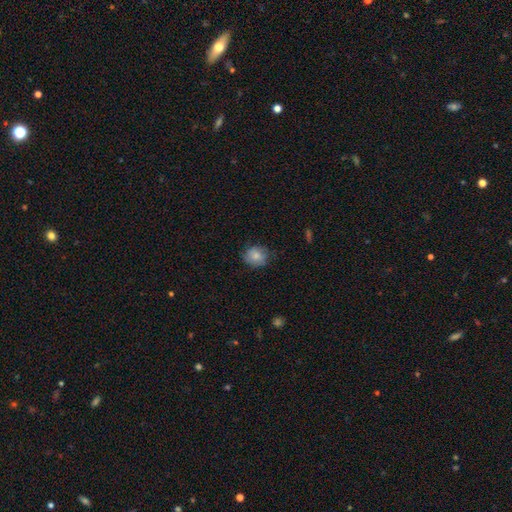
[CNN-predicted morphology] smooth_or_featured: smooth (p=0.79) [alt: featured or disk p=0.13]
how_rounded: round (p=0.67) [alt: in between p=0.32]
merging: none (p=0.71) [alt: minor disturbance p=0.23]